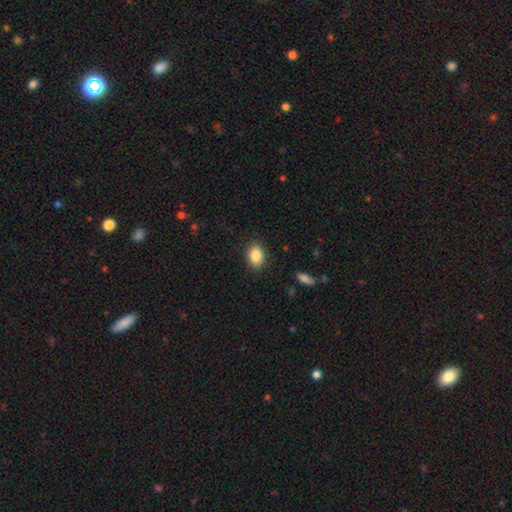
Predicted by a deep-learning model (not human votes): Smooth or featured: smooth — 87% (star or artifact — 8%)
How rounded: in between — 80% (round — 18%)
Merging: none — 87% (minor disturbance — 9%)